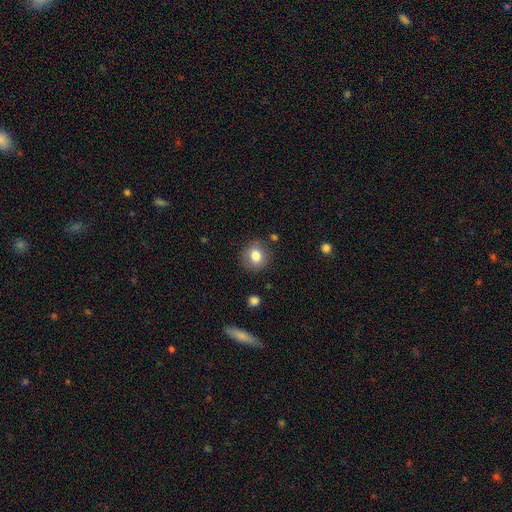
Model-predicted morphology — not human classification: Smooth or featured? Predicted: smooth (p=0.81). How rounded? Predicted: round (p=0.81). Merging? Predicted: none (p=0.84).